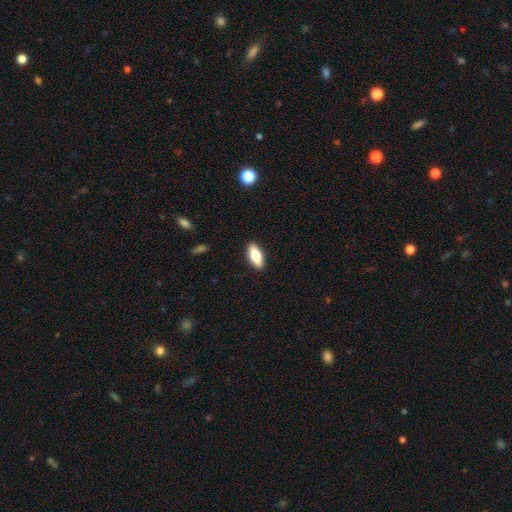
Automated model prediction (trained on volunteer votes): Smooth or featured? smooth (77%)
How rounded? in between (76%)
Merging? none (90%)